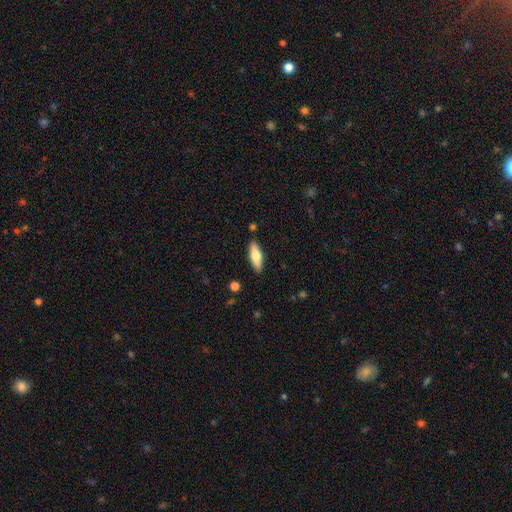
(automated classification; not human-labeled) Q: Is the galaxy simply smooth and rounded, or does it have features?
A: smooth — 66%.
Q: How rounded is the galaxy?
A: in between — 55%.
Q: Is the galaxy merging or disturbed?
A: none — 87%.